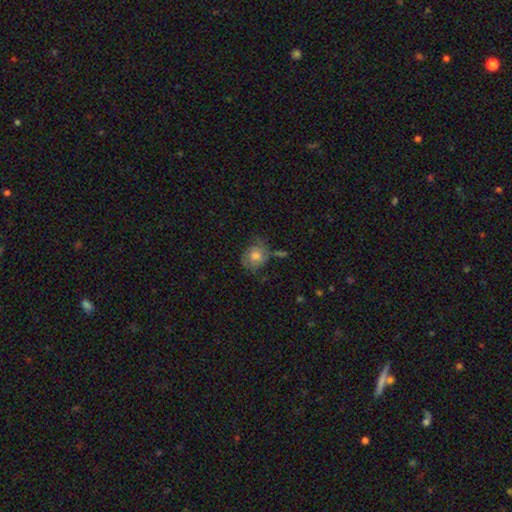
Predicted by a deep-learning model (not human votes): A smooth galaxy with no disk features (51%) that is round (61%).

Vote fractions:
- Smooth or featured? smooth: 51% / featured or disk: 39% / star or artifact: 10%
- How rounded? round: 61% / in between: 37% / cigar-shaped: 1%
- Merging? none: 54% / minor disturbance: 27% / major disturbance: 13% / merger: 6%